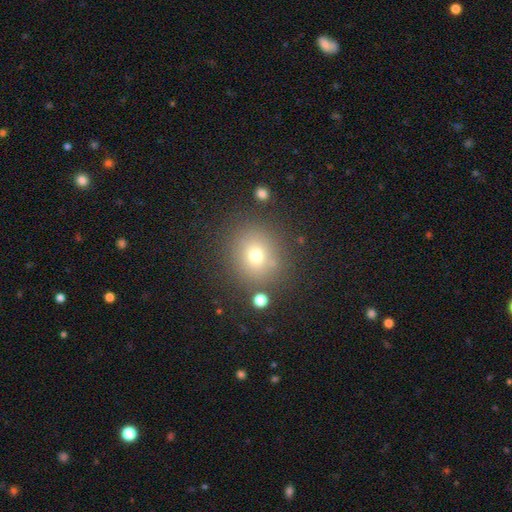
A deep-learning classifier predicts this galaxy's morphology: A smooth galaxy with no disk features (70%) that is round (84%).

Vote fractions:
- Smooth or featured? smooth: 70% / star or artifact: 18% / featured or disk: 12%
- How rounded? round: 84% / in between: 15% / cigar-shaped: 1%
- Merging? none: 82% / minor disturbance: 9% / merger: 5% / major disturbance: 4%